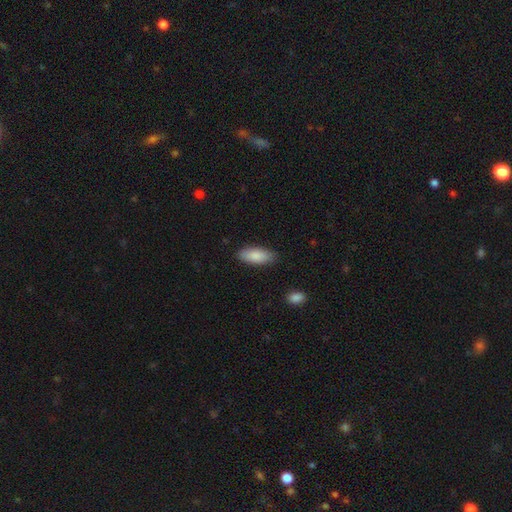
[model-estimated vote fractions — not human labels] A smooth galaxy with no disk features (88%) that is in between round and cigar-shaped (79%). Merging: none (86%).